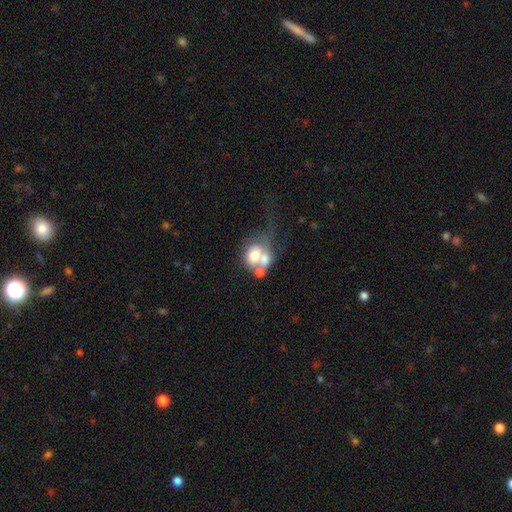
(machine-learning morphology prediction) This appears to be a smooth galaxy with no disk features (58%) that is in between round and cigar-shaped (52%). Merging: merger (60%).